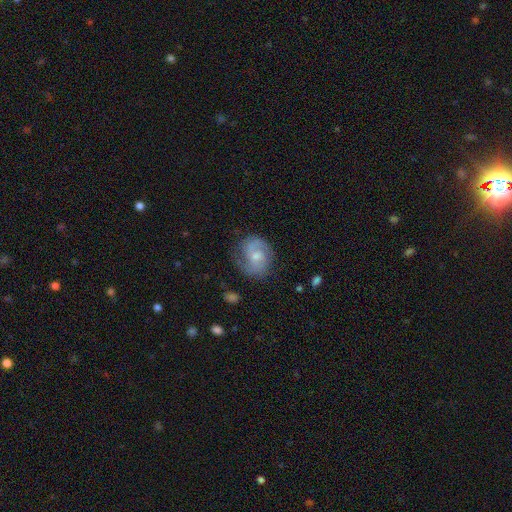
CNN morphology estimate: A featured or disk galaxy (71%) with no bar (56%), 2 (79%) medium (49%) spiral arms (92%) and a small central bulge (50%). Merging: none (69%).